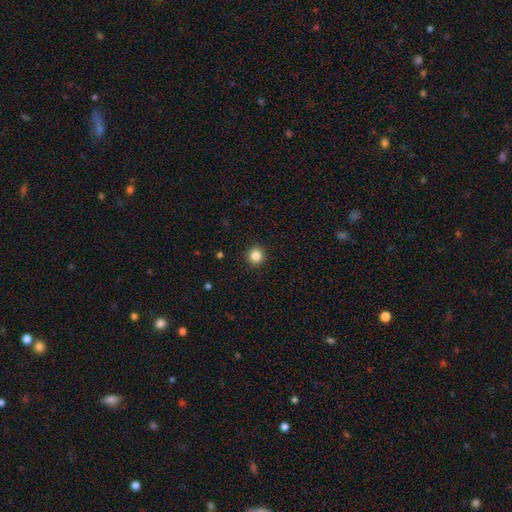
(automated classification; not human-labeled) Q: Smooth or featured?
A: smooth (85%); runner-up: star or artifact (11%)
Q: How rounded?
A: round (94%); runner-up: in between (5%)
Q: Merging?
A: none (93%); runner-up: minor disturbance (5%)